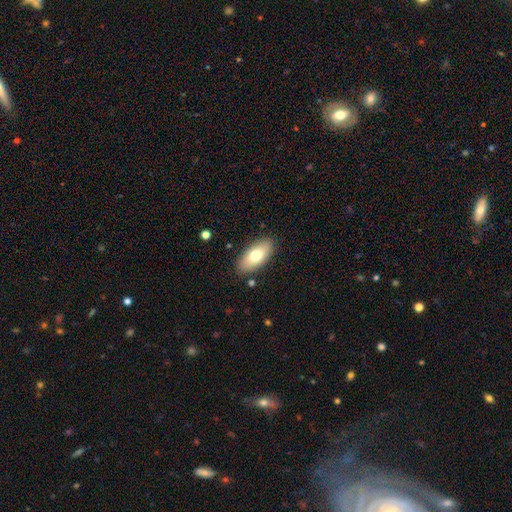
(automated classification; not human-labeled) Q: Smooth or featured?
A: smooth (73%); runner-up: featured or disk (20%)
Q: How rounded?
A: in between (90%); runner-up: cigar-shaped (7%)
Q: Merging?
A: none (86%); runner-up: minor disturbance (10%)